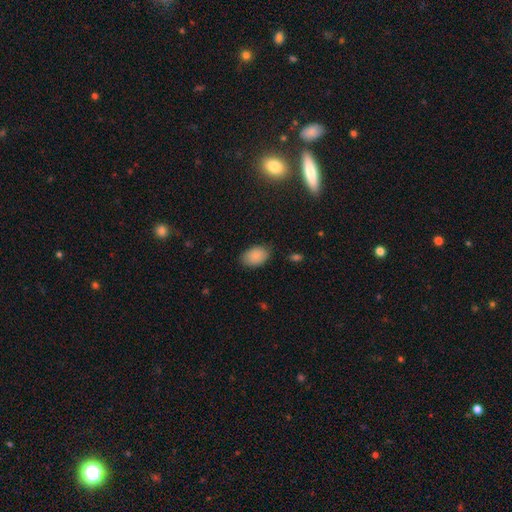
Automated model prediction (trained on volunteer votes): Q: Smooth or featured?
A: smooth (86%); runner-up: star or artifact (8%)
Q: How rounded?
A: in between (87%); runner-up: round (12%)
Q: Merging?
A: none (80%); runner-up: minor disturbance (15%)